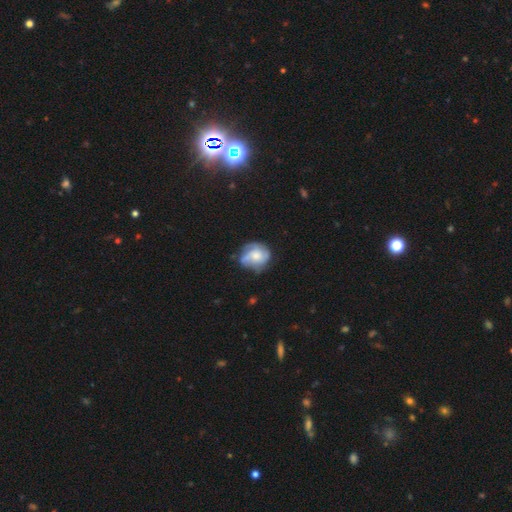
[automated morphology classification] A featured or disk galaxy (60%) with no bar (76%), spiral arms (83%) and a moderate central bulge (46%). Merging: none (60%).